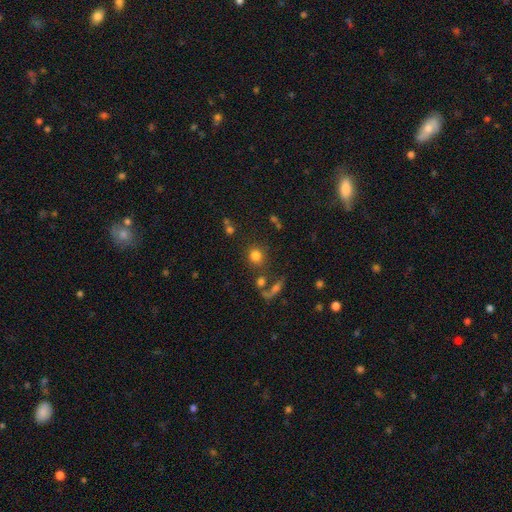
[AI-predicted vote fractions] This is likely a smooth galaxy (79%). How rounded: clearly round (86%). Merging: likely none (74%).